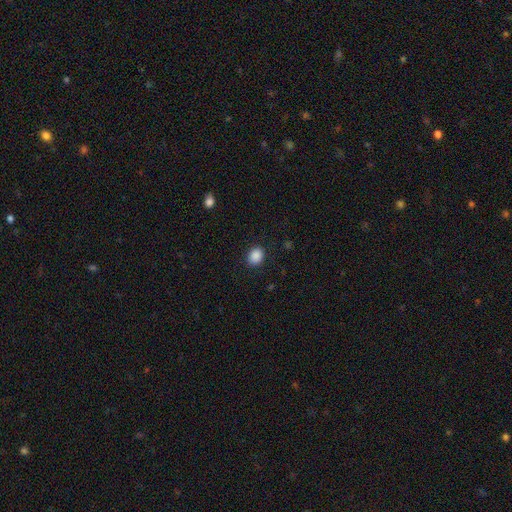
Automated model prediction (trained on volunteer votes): A smooth galaxy with no disk features (89%) that is round (57%). Merging: none (89%).